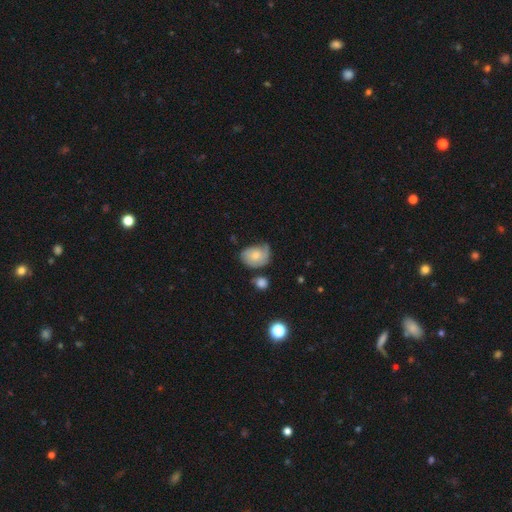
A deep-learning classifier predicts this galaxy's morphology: Smooth or featured? Predicted: featured or disk (p=0.46, tied with smooth). Merging? Predicted: none (p=0.42).